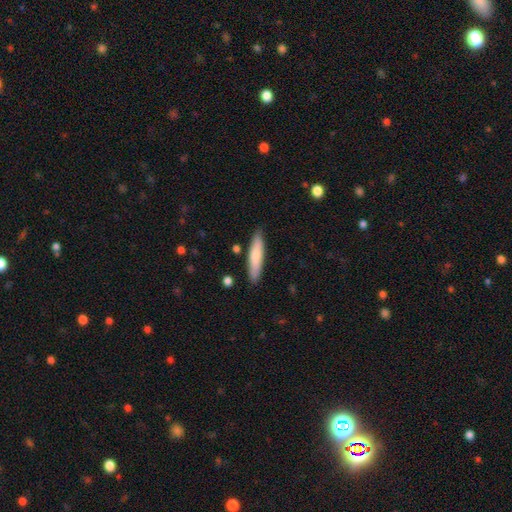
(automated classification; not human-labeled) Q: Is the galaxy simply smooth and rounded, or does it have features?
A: smooth — 77%.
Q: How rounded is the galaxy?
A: cigar-shaped — 81%.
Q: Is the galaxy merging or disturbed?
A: none — 86%.